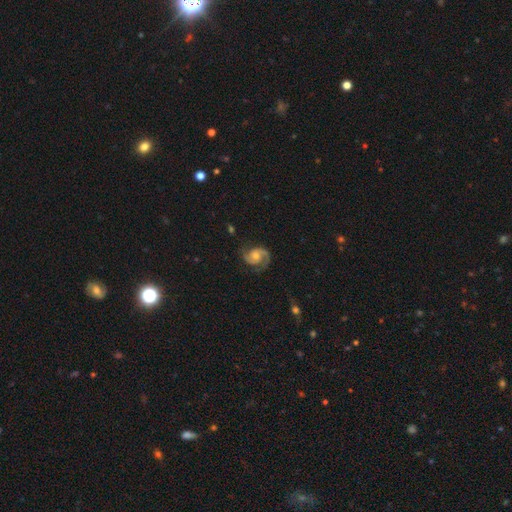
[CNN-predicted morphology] Smooth or featured? Predicted: featured or disk (p=0.87). Edge-on disk? Predicted: no (p=0.98). Bar? Predicted: no (p=0.65). Spiral arms? Predicted: yes (p=0.98). Spiral winding? Predicted: medium (p=0.55). Spiral arm count? Predicted: 2 (p=0.90). Bulge size? Predicted: moderate (p=0.53). Merging? Predicted: none (p=0.76).